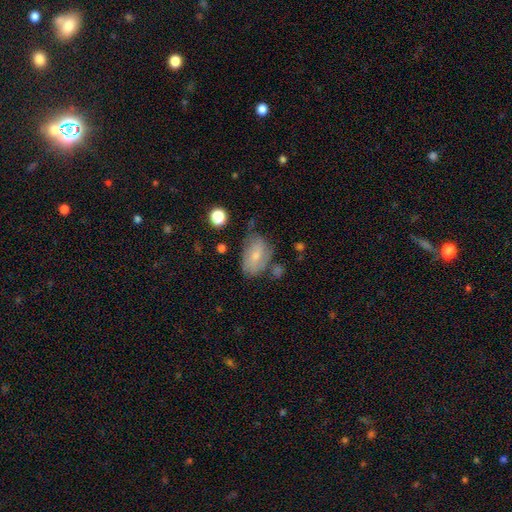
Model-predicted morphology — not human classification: This is possibly a smooth galaxy (56%). How rounded: clearly in between (85%). Merging: possibly none (51%).